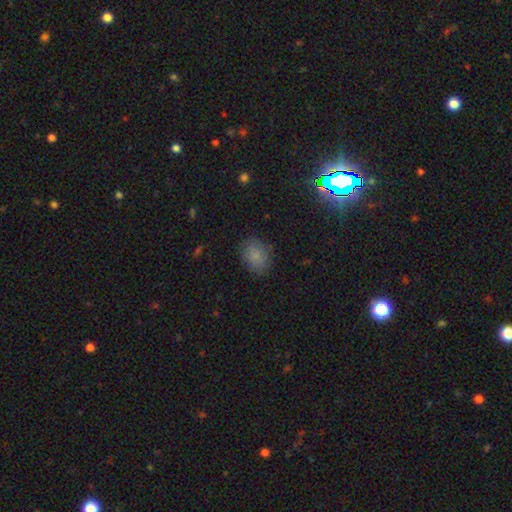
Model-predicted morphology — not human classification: smooth-or-featured: smooth: 81% | star or artifact: 12% | featured or disk: 8%
  how-rounded: in between: 62% | round: 37% | cigar-shaped: 1%
  merging: none: 82% | minor disturbance: 13% | major disturbance: 4% | merger: 1%